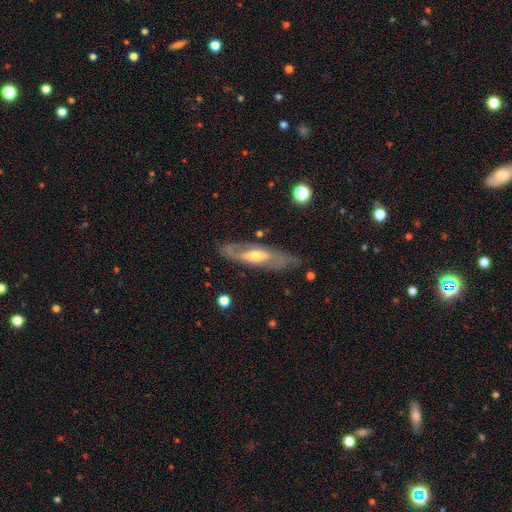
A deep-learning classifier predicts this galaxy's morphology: Q: Smooth or featured?
A: featured or disk (71%); runner-up: smooth (24%)
Q: Edge-on disk?
A: no (68%); runner-up: yes (32%)
Q: Merging?
A: none (75%); runner-up: minor disturbance (17%)